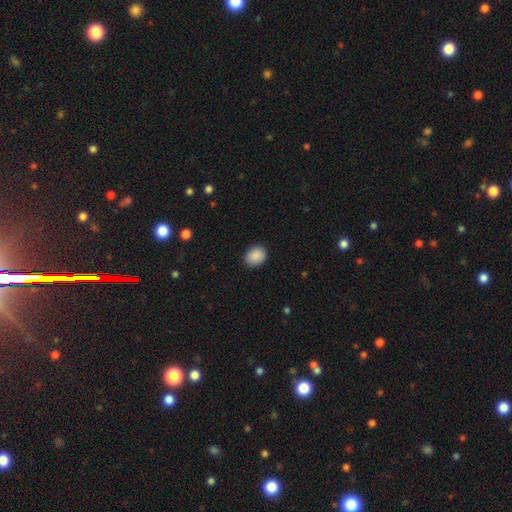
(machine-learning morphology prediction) A smooth galaxy with no disk features (90%) that is in between round and cigar-shaped (56%).

Vote fractions:
- Smooth or featured? smooth: 90% / star or artifact: 7% / featured or disk: 3%
- How rounded? in between: 56% / round: 43% / cigar-shaped: 1%
- Merging? none: 87% / minor disturbance: 10% / major disturbance: 2% / merger: 1%